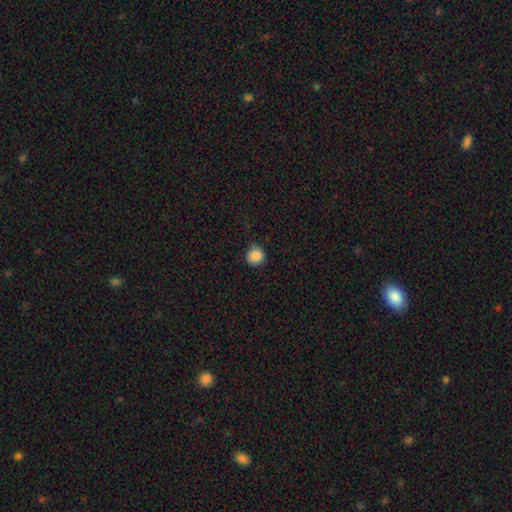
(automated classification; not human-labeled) This is clearly a smooth galaxy (86%). How rounded: clearly round (89%). Merging: likely none (79%).